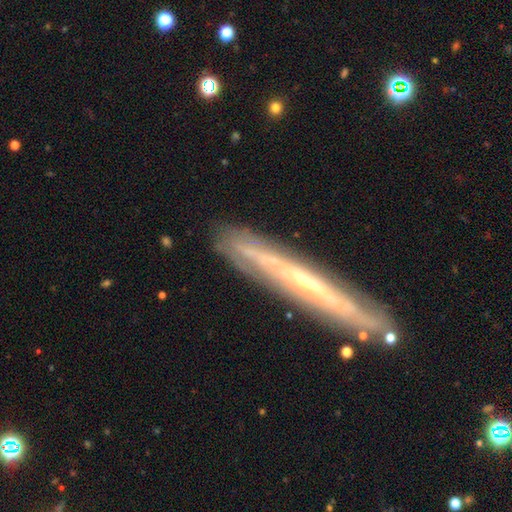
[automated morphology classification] type=featured or disk (73%); edge-on=yes (70%); edge-on bulge=none (60%); merging=none (77%).